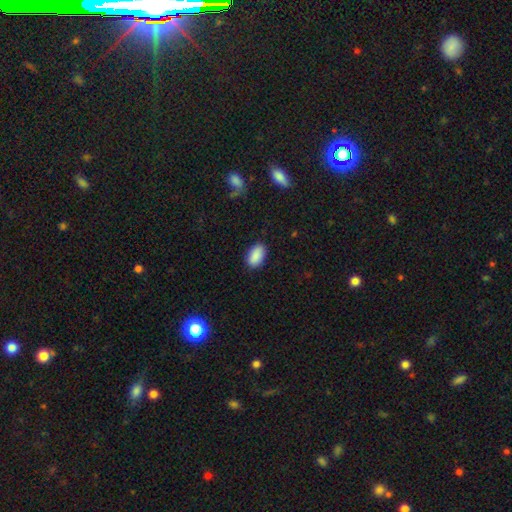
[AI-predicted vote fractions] Smooth or featured?
  - smooth: 90% *
  - star or artifact: 7%
  - featured or disk: 3%
How rounded?
  - in between: 94% *
  - round: 5%
  - cigar-shaped: 2%
Merging?
  - none: 86% *
  - minor disturbance: 10%
  - major disturbance: 2%
  - merger: 1%